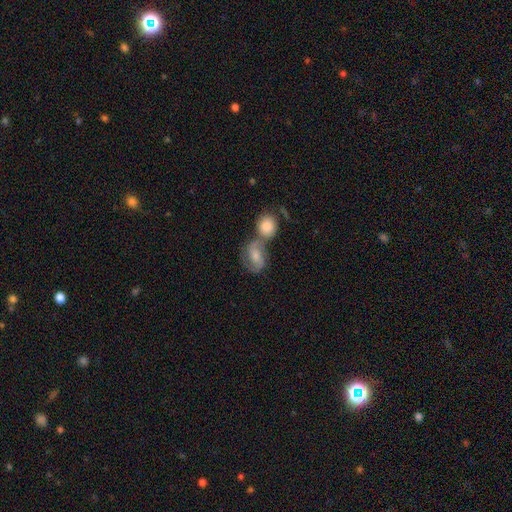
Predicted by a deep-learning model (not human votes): Overall: featured or disk (47%; smooth 45%). Merging: merger (55%; none 27%).